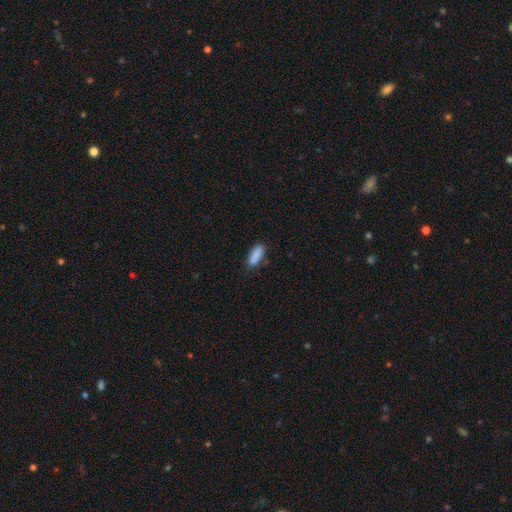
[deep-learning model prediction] Morphology: type=smooth (87%); roundness=in between (66%); merging=none (76%).